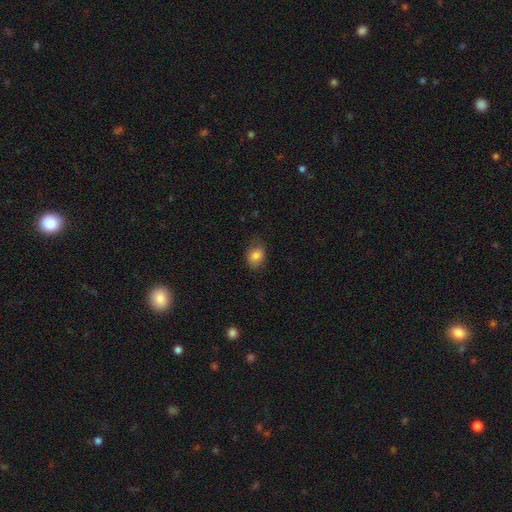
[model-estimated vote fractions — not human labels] Smooth or featured? smooth (84%)
How rounded? in between (62%)
Merging? none (76%)